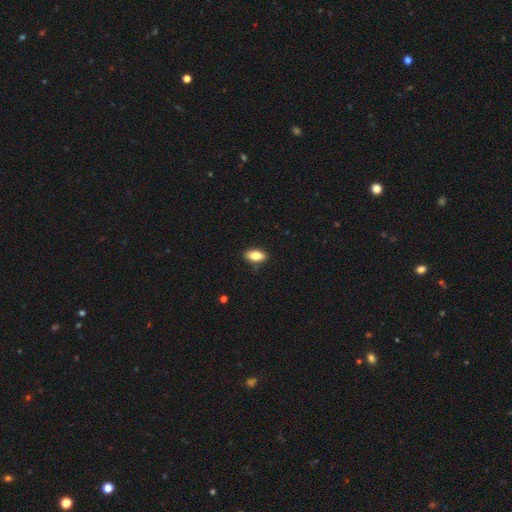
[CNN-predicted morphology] The model was most divided on "smooth or featured": smooth: 80%, featured or disk: 12%, star or artifact: 7%. More confident: how rounded — in between (88%); merging — none (86%).